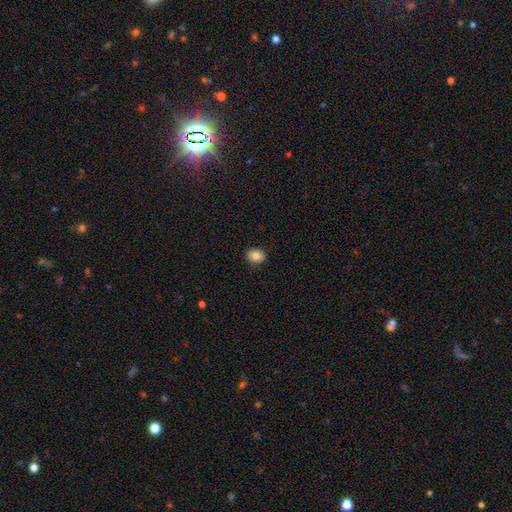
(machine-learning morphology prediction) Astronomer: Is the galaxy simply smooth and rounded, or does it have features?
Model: smooth — 85%.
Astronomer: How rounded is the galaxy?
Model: round — 60% (runner-up: in between, 39%).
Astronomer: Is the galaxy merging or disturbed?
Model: none — 89%.